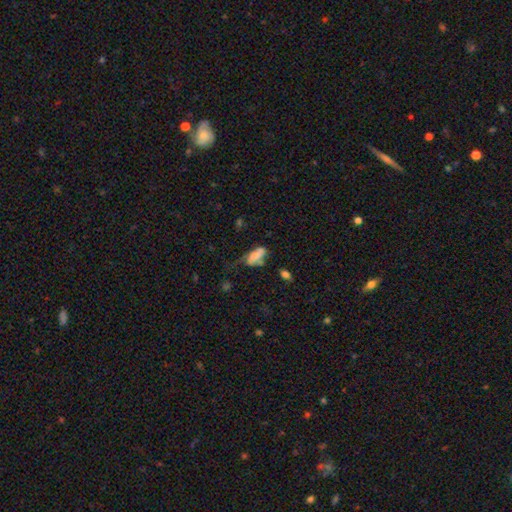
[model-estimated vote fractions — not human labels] Smooth or featured: smooth — 63% (featured or disk — 25%)
How rounded: in between — 81% (cigar-shaped — 15%)
Merging: major disturbance — 32% (minor disturbance — 30%)